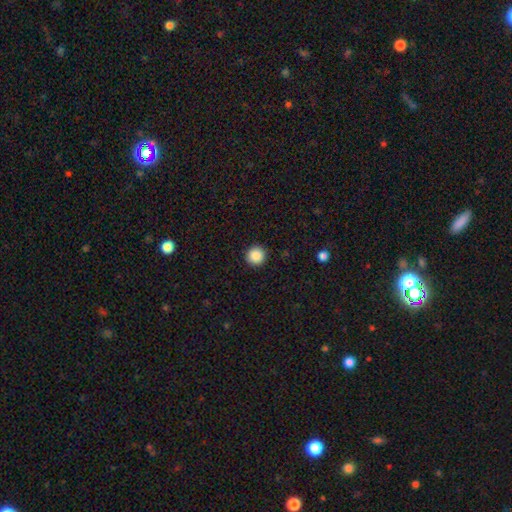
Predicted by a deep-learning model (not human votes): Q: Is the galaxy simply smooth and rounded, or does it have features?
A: smooth — 88%.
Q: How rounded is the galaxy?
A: round — 95%.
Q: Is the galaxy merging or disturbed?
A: none — 92%.